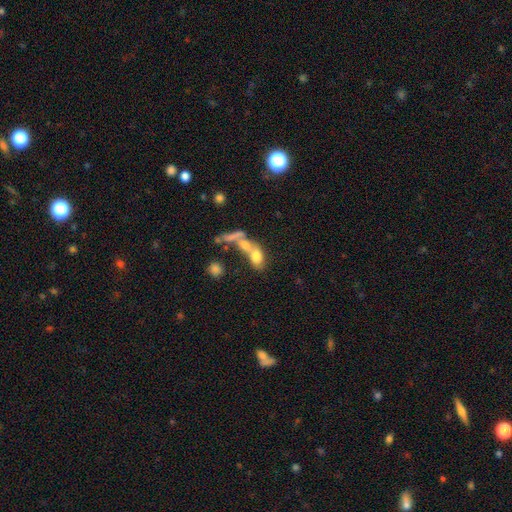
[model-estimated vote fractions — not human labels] Smooth or featured? smooth (67%)
How rounded? in between (74%)
Merging? merger (60%)